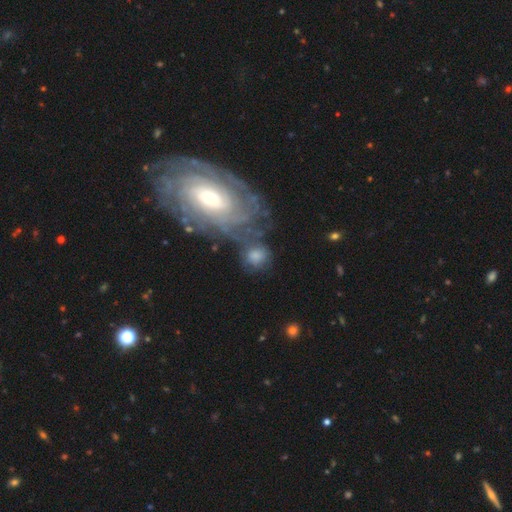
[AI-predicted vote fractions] smooth 54%, featured or disk 35%, star or artifact 11%. Down the decision tree: how rounded — round (70%); merging — none (49%).